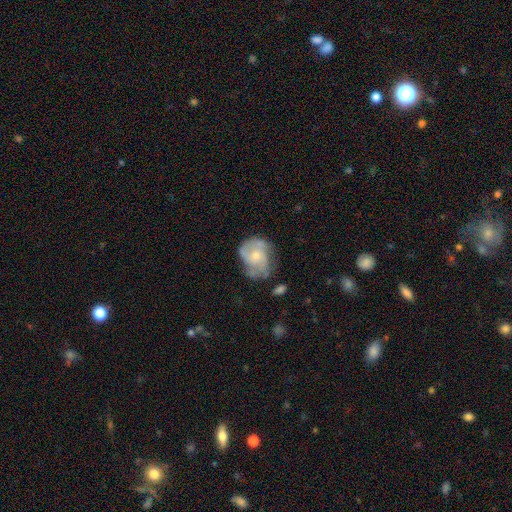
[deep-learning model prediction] Smooth or featured? featured or disk (70%)
Edge-on disk? no (98%)
Bar? no (74%)
Spiral arms? yes (87%)
Spiral winding? medium (46%)
Spiral arm count? 2 (48%)
Bulge size? small (55%)
Merging? none (53%)